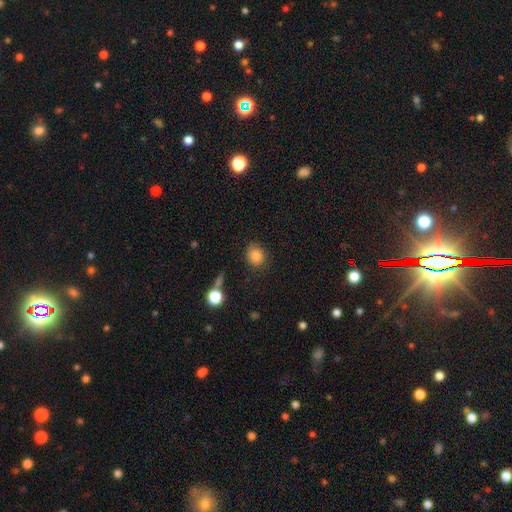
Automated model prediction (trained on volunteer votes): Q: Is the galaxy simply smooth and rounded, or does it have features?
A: smooth — 83%.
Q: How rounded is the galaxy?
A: round — 63%.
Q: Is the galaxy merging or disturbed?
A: none — 80%.